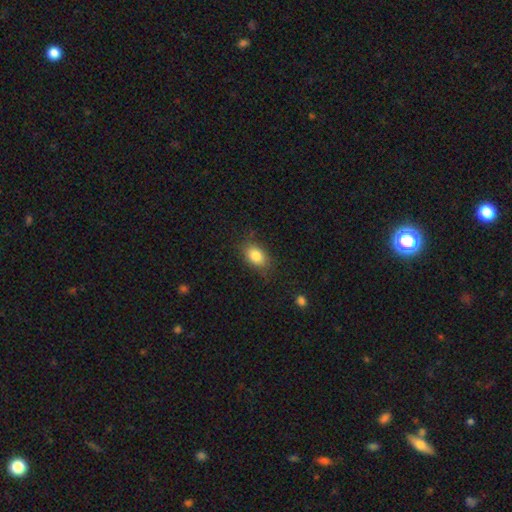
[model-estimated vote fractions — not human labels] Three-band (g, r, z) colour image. It shows a smooth galaxy with no disk features (83%) that is in between round and cigar-shaped (83%). Merging: none (80%).